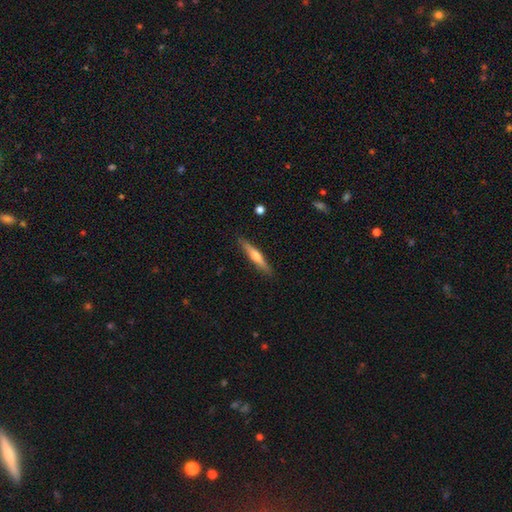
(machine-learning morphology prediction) Smooth or featured? Predicted: featured or disk (p=0.49). Merging? Predicted: none (p=0.89).